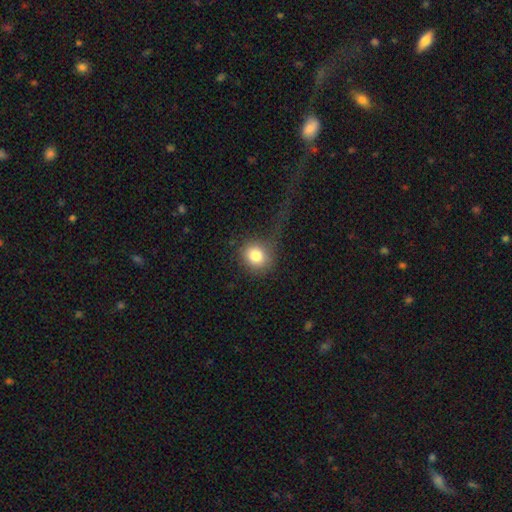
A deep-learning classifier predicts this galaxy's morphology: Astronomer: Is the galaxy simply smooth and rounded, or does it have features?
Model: smooth — 81%.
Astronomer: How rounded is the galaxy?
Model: round — 83%.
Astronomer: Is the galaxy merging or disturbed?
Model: none — 55%.